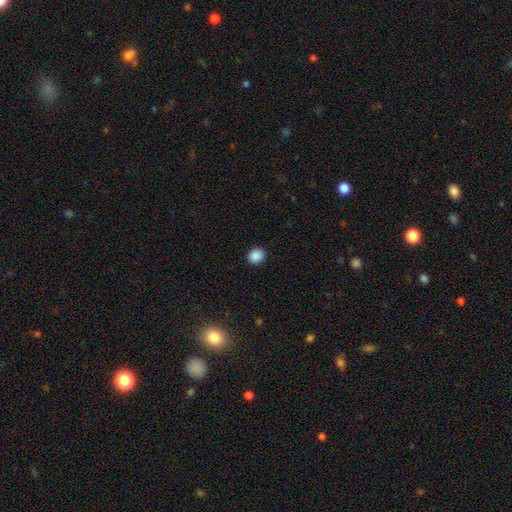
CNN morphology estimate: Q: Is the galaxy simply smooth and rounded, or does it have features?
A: smooth — 88%.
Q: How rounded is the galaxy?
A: round — 65%.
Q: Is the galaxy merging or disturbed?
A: none — 91%.